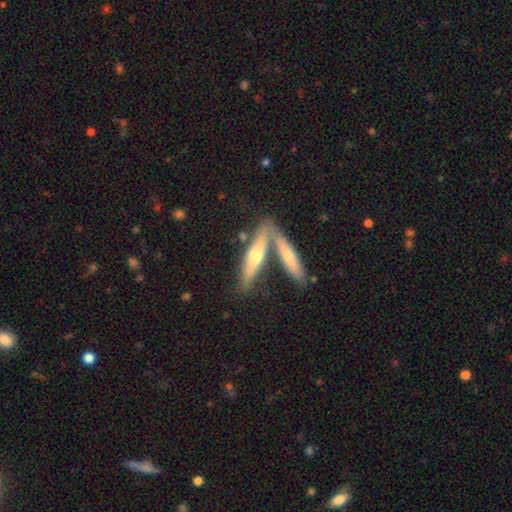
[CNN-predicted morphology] Smooth or featured: featured or disk — 53% (smooth — 41%)
Edge-on disk: yes — 87% (no — 13%)
Merging: none — 52% (merger — 35%)